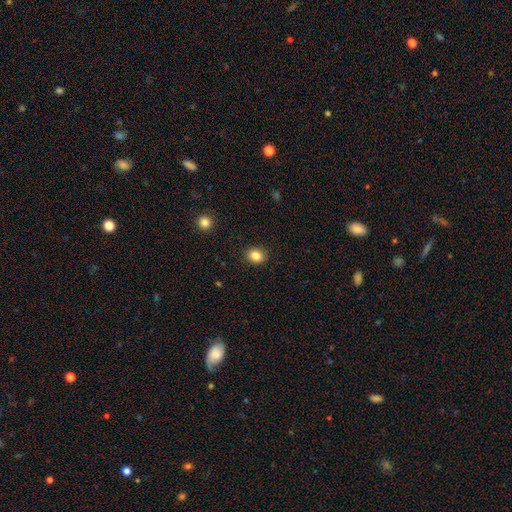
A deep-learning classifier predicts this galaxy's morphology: This is clearly a smooth galaxy (84%). How rounded: likely round (66%). Merging: clearly none (91%).